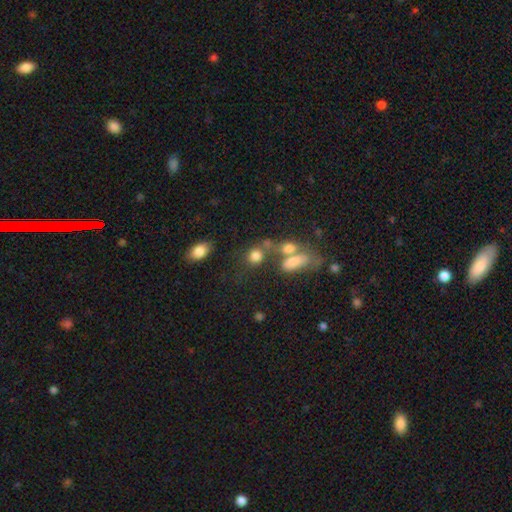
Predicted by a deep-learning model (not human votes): Smooth or featured? smooth (79%)
How rounded? round (71%)
Merging? none (48%)